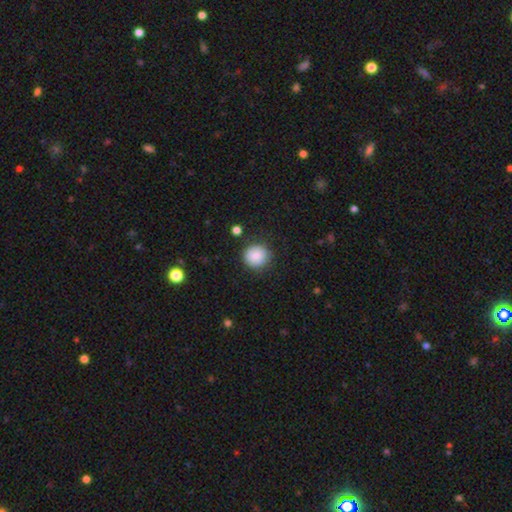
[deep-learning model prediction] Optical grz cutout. It shows a smooth galaxy with no disk features (86%) that is round (90%). Merging: none (84%).